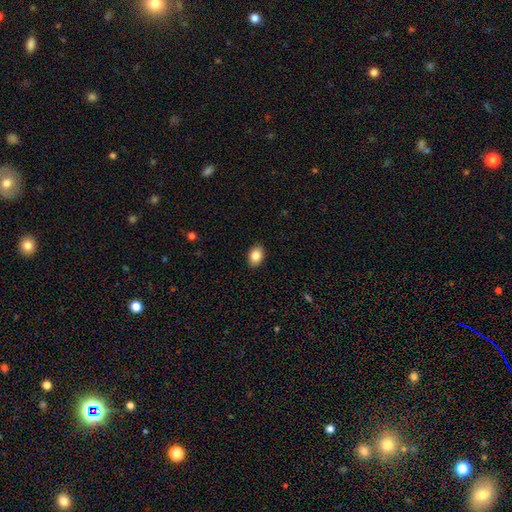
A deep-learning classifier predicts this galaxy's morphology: A smooth galaxy with no disk features (86%) that is in between round and cigar-shaped (83%). Merging: none (89%).